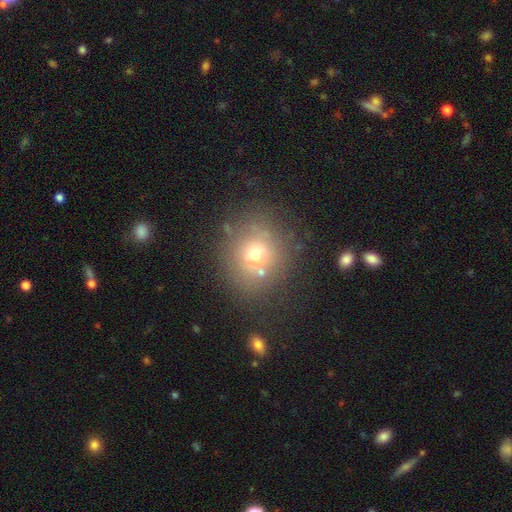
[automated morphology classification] type=smooth (62%); roundness=round (82%); merging=none (72%).